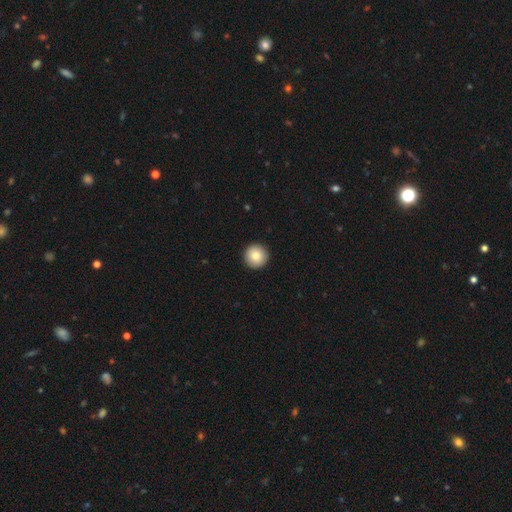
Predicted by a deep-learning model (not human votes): A smooth galaxy with no disk features (85%) that is round (97%).

Vote fractions:
- Smooth or featured? smooth: 85% / star or artifact: 8% / featured or disk: 8%
- How rounded? round: 97% / in between: 2% / cigar-shaped: 1%
- Merging? none: 94% / minor disturbance: 4% / major disturbance: 1% / merger: 1%